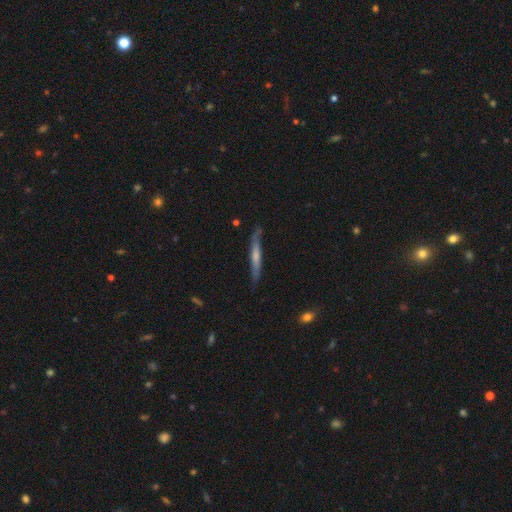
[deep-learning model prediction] smooth-or-featured: featured or disk: 61% | smooth: 33% | star or artifact: 6%
  disk-edge-on: yes: 89% | no: 11%
    edge-on-bulge: none: 46% | rounded: 42% | boxy: 12%
  merging: none: 76% | minor disturbance: 18% | major disturbance: 4% | merger: 2%